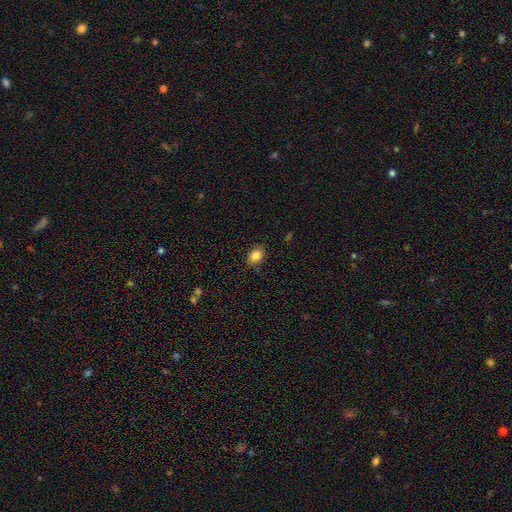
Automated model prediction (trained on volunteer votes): smooth-or-featured: smooth: 86% | star or artifact: 9% | featured or disk: 6%
  how-rounded: in between: 74% | round: 25% | cigar-shaped: 1%
  merging: none: 82% | minor disturbance: 14% | major disturbance: 3% | merger: 1%